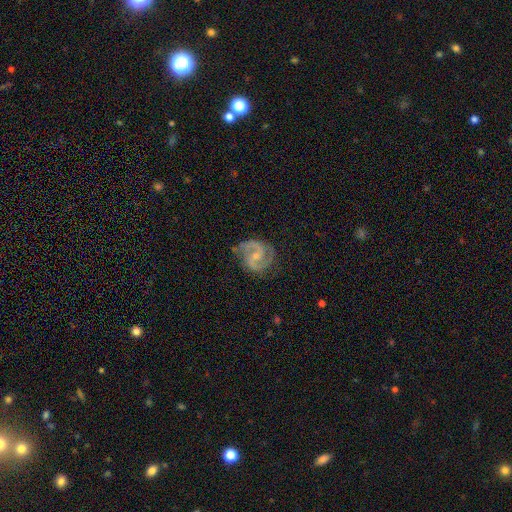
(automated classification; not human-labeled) A featured or disk galaxy (91%) with a weak bar (44%), 2 (92%) medium (60%) spiral arms (98%) and a small central bulge (62%). Merging: none (75%).